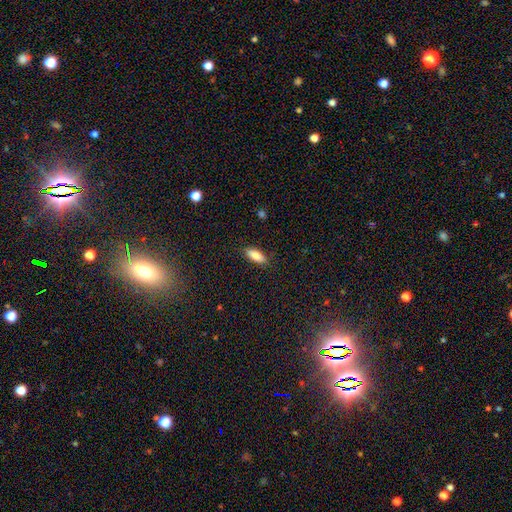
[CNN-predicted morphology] Q: Smooth or featured?
A: smooth (84%); runner-up: featured or disk (9%)
Q: How rounded?
A: in between (74%); runner-up: cigar-shaped (24%)
Q: Merging?
A: none (86%); runner-up: minor disturbance (10%)